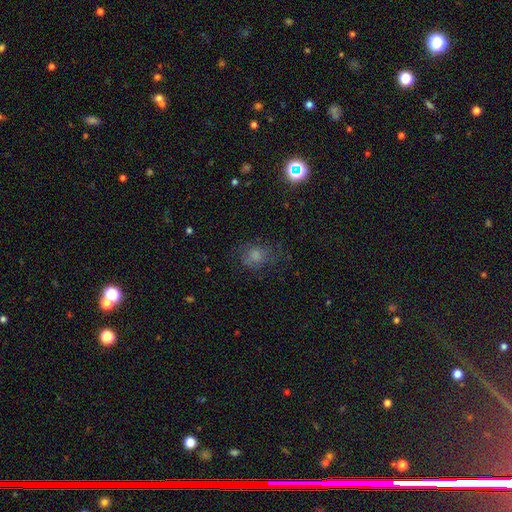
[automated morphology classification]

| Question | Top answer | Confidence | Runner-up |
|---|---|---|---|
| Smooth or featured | smooth | 63% | featured or disk (21%) |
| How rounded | round | 52% | in between (47%) |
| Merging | none | 59% | minor disturbance (22%) |